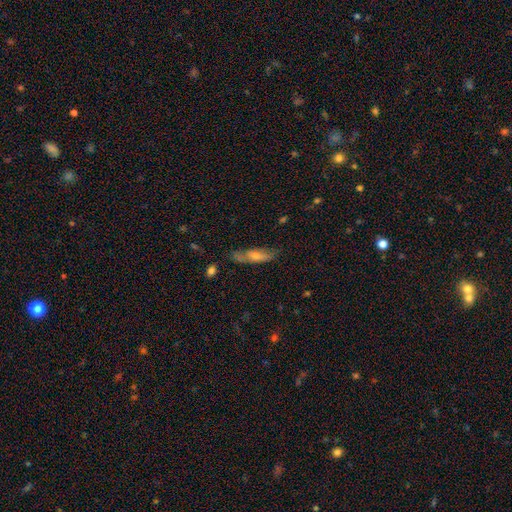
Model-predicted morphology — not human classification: type=smooth (47%); merging=none (71%).